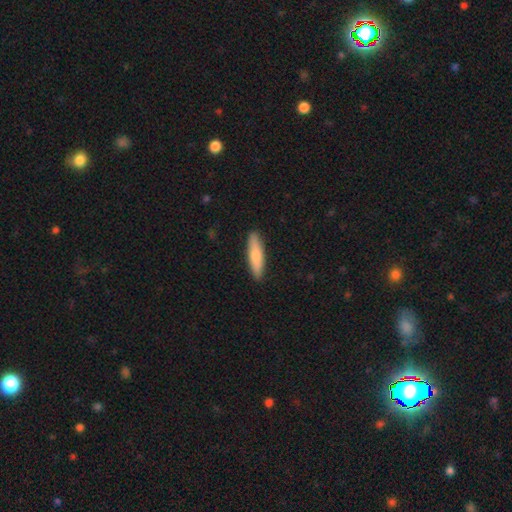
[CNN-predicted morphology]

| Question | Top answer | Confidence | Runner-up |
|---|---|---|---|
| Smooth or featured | smooth | 76% | featured or disk (19%) |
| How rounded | cigar-shaped | 71% | in between (28%) |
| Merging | none | 89% | minor disturbance (8%) |